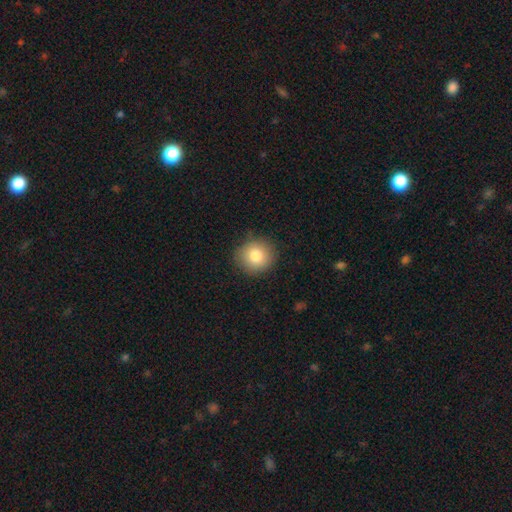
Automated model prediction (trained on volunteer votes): This is clearly a smooth galaxy (81%). How rounded: clearly round (89%). Merging: clearly none (87%).